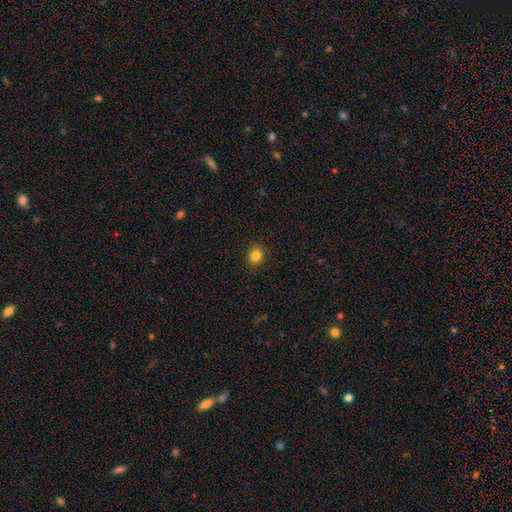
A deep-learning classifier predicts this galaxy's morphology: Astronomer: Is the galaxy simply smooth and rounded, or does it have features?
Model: smooth — 84%.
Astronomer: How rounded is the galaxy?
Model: round — 83%.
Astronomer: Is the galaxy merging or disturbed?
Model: none — 91%.